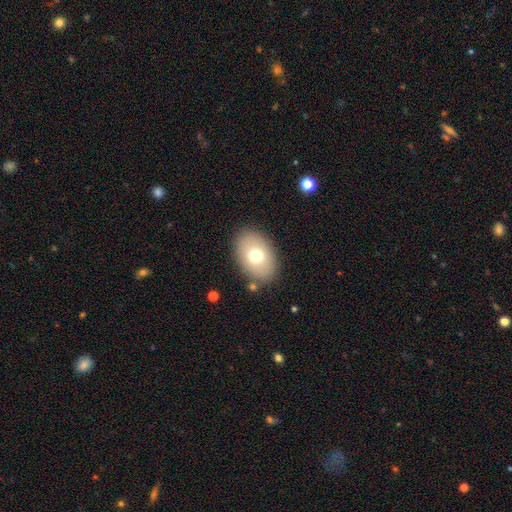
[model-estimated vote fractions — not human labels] This appears to be a smooth galaxy with no disk features (72%) that is in between round and cigar-shaped (84%). Merging: none (84%).